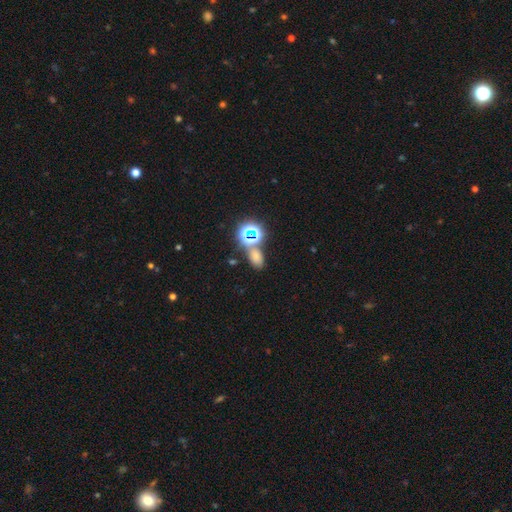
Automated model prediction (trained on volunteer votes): Smooth or featured?
  - smooth: 60% *
  - star or artifact: 33%
  - featured or disk: 8%
How rounded?
  - in between: 81% *
  - round: 17%
  - cigar-shaped: 3%
Merging?
  - none: 66% *
  - merger: 17%
  - minor disturbance: 12%
  - major disturbance: 5%